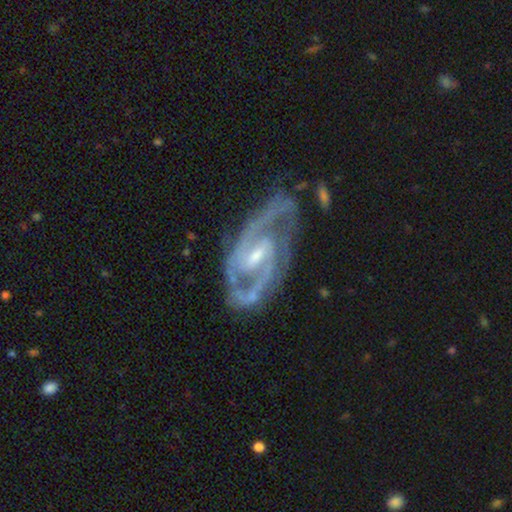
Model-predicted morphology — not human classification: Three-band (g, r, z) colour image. It shows a featured or disk galaxy (92%) with a weak bar (48%), 2 (81%) medium (51%) spiral arms (98%) and a small central bulge (58%). Merging: none (69%).